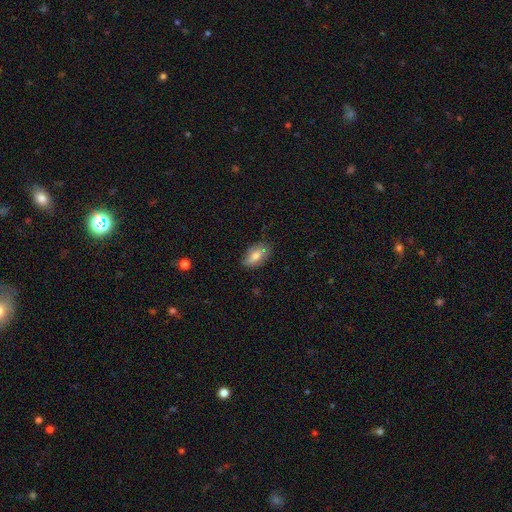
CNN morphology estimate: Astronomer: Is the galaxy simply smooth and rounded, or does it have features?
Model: smooth — 72%.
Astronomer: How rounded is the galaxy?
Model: in between — 88%.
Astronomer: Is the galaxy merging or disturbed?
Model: none — 78%.